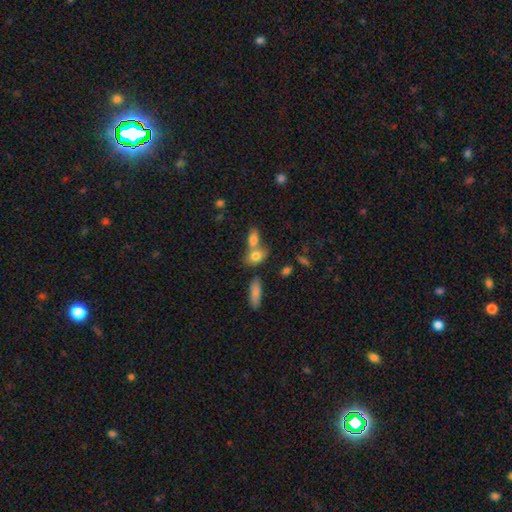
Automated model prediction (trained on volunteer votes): This appears to be a smooth galaxy with no disk features (77%) that is in between round and cigar-shaped (76%). Merging: merger (53%).